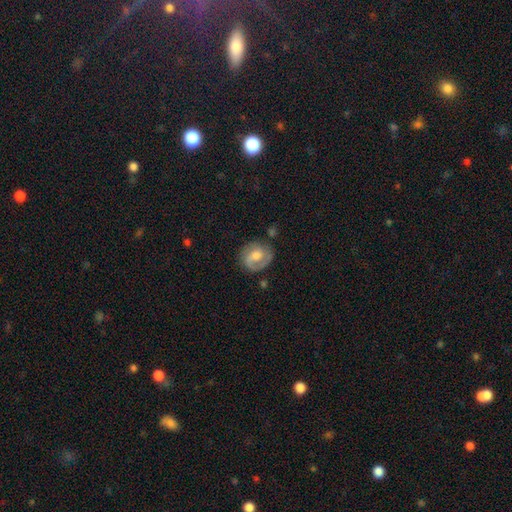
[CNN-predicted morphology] A featured or disk galaxy (66%) with no bar (46%), 2 (60%) tight (45%) spiral arms (87%) and a moderate central bulge (63%).

Vote fractions:
- Smooth or featured? featured or disk: 66% / smooth: 27% / star or artifact: 7%
- Edge-on disk? no: 97% / yes: 3%
- Bar? no: 46% / weak: 44% / strong: 10%
- Spiral arms? yes: 87% / no: 13%
- Spiral winding? tight: 45% / medium: 40% / loose: 16%
- Spiral arm count? 2: 60% / 1: 26% / can't tell: 10% / 3: 2% / 4: 1% / more than 4: 1%
- Bulge size? moderate: 63% / small: 23% / large: 10% / none: 4% / dominant: 1%
- Merging? none: 71% / minor disturbance: 19% / major disturbance: 7% / merger: 3%